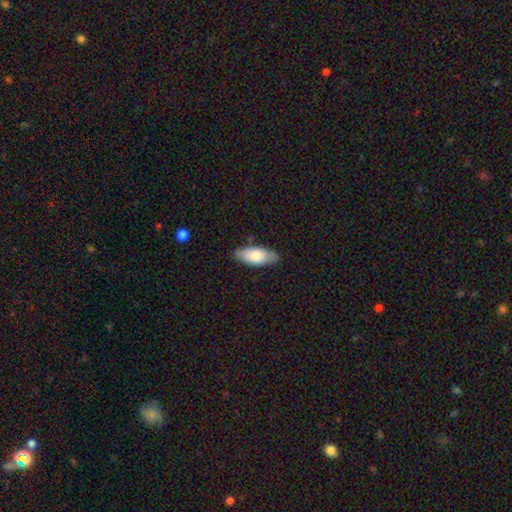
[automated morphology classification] A smooth galaxy with no disk features (74%) that is in between round and cigar-shaped (83%).

Vote fractions:
- Smooth or featured? smooth: 74% / featured or disk: 20% / star or artifact: 6%
- How rounded? in between: 83% / cigar-shaped: 15% / round: 2%
- Merging? none: 81% / minor disturbance: 15% / major disturbance: 3% / merger: 1%